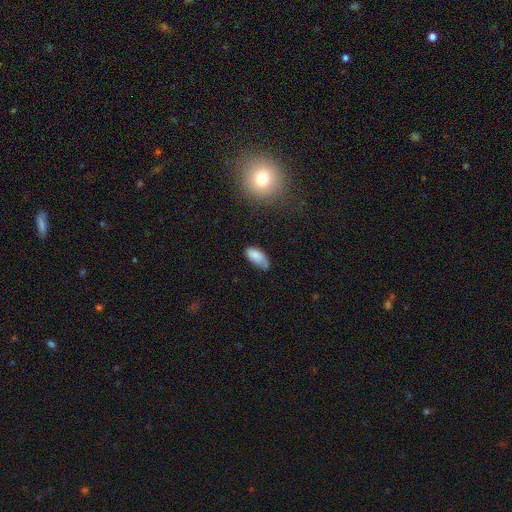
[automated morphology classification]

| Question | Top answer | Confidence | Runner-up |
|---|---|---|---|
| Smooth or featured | smooth | 84% | featured or disk (9%) |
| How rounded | in between | 91% | cigar-shaped (7%) |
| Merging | none | 54% | minor disturbance (35%) |